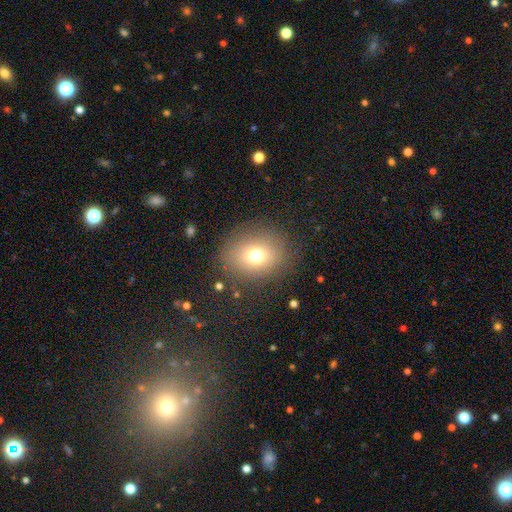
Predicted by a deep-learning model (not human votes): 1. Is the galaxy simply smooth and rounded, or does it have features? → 71% smooth, 16% star or artifact, 13% featured or disk.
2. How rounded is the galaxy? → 71% round, 28% in between, 1% cigar-shaped.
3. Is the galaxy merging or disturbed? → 83% none, 10% minor disturbance, 6% major disturbance, 1% merger.